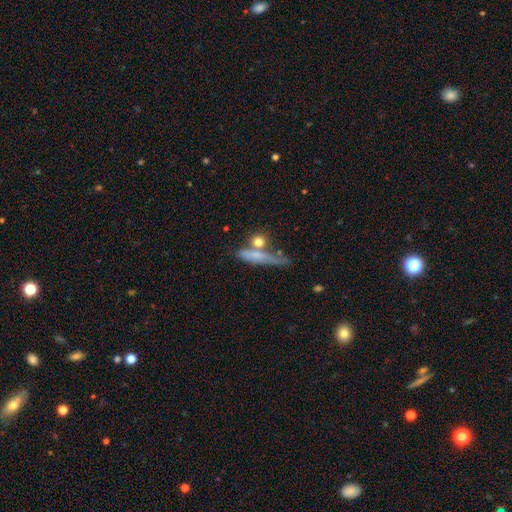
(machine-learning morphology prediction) Q: Smooth or featured?
A: smooth (61%); runner-up: featured or disk (30%)
Q: How rounded?
A: cigar-shaped (67%); runner-up: in between (22%)
Q: Merging?
A: none (47%); runner-up: merger (21%)